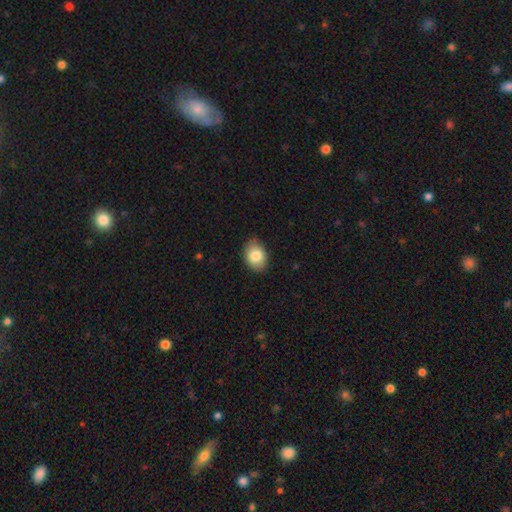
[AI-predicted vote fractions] Smooth or featured: smooth — 82% (featured or disk — 10%)
How rounded: in between — 69% (round — 30%)
Merging: none — 81% (minor disturbance — 16%)